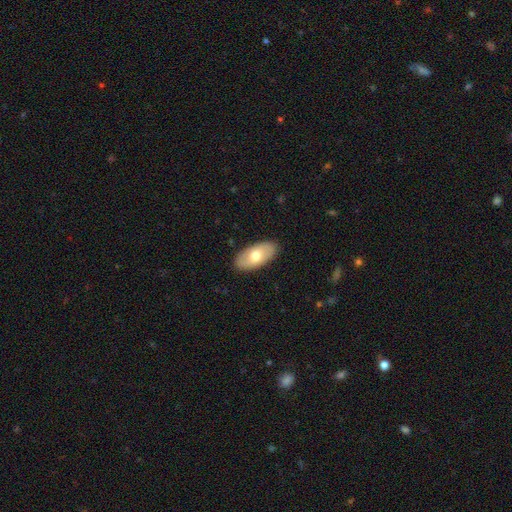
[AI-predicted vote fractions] A smooth galaxy with no disk features (65%) that is in between round and cigar-shaped (93%).

Vote fractions:
- Smooth or featured? smooth: 65% / featured or disk: 30% / star or artifact: 5%
- How rounded? in between: 93% / cigar-shaped: 4% / round: 3%
- Merging? none: 88% / minor disturbance: 9% / major disturbance: 2% / merger: 1%